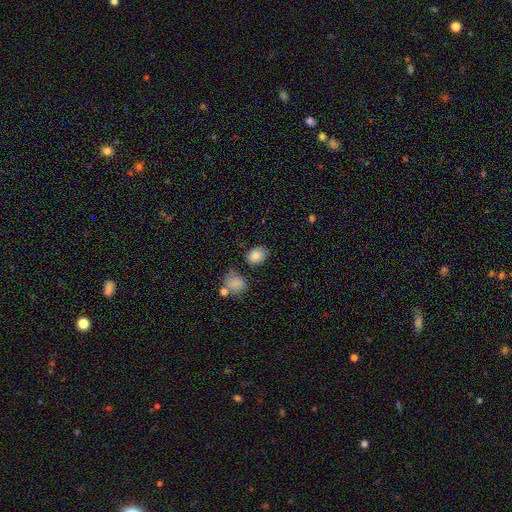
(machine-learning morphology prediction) Smooth or featured? smooth (85%)
How rounded? in between (59%)
Merging? none (72%)